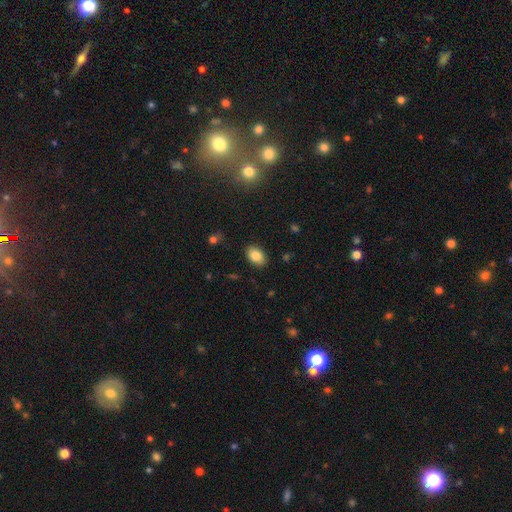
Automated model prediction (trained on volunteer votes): Smooth or featured? Predicted: smooth (p=0.83). How rounded? Predicted: in between (p=0.86). Merging? Predicted: none (p=0.87).